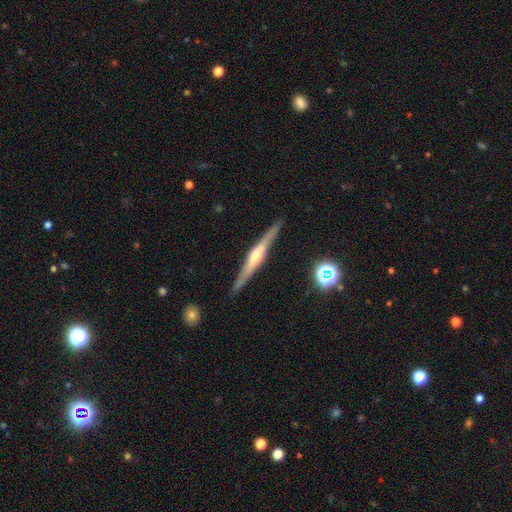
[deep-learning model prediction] A featured or disk galaxy (79%) viewed edge-on (98%) with a rounded central bulge (78%). Merging: none (90%).